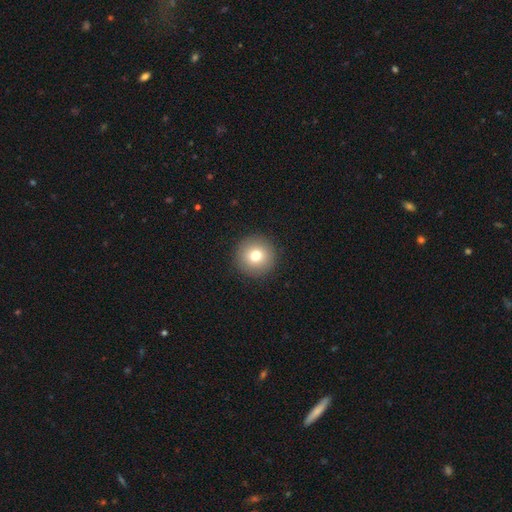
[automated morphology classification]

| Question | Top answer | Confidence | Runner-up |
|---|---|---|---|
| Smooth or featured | smooth | 77% | featured or disk (12%) |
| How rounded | round | 96% | in between (3%) |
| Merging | none | 92% | minor disturbance (5%) |